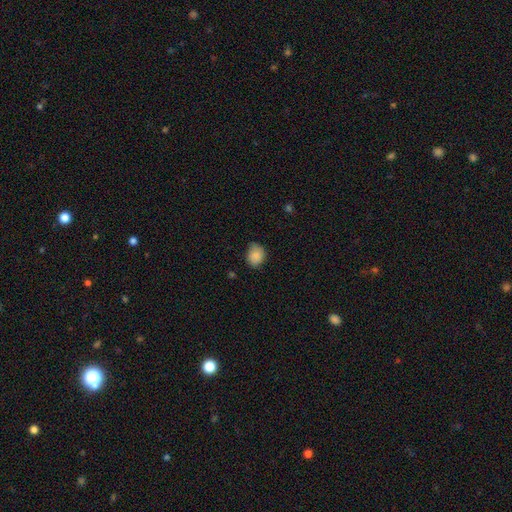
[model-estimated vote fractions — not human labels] Smooth or featured? Predicted: smooth (p=0.86). How rounded? Predicted: round (p=0.53). Merging? Predicted: none (p=0.66).